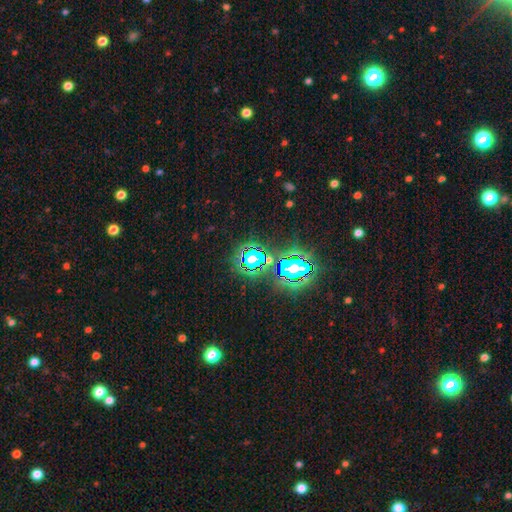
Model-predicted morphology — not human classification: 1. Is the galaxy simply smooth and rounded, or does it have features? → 70% star or artifact, 20% smooth, 10% featured or disk.